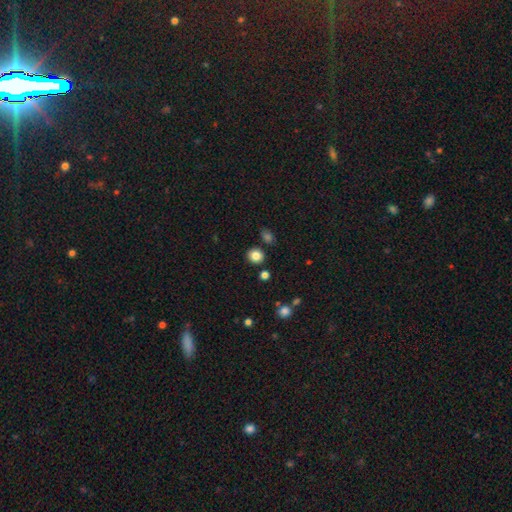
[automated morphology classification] A smooth galaxy with no disk features (84%) that is round (82%). Merging: none (85%).